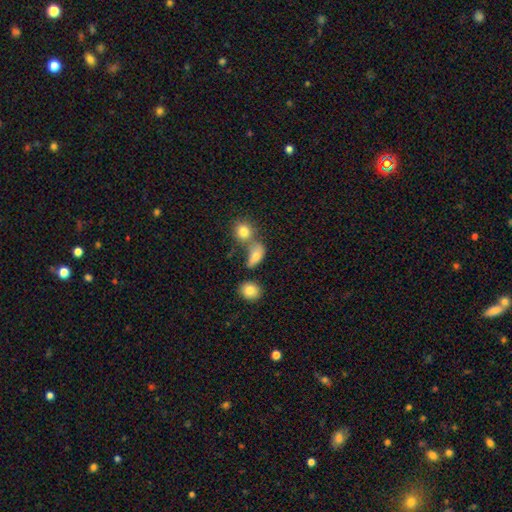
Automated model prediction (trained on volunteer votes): A smooth galaxy with no disk features (77%) that is in between round and cigar-shaped (72%).

Vote fractions:
- Smooth or featured? smooth: 77% / featured or disk: 12% / star or artifact: 11%
- How rounded? in between: 72% / round: 22% / cigar-shaped: 7%
- Merging? none: 41% / merger: 38% / minor disturbance: 13% / major disturbance: 7%